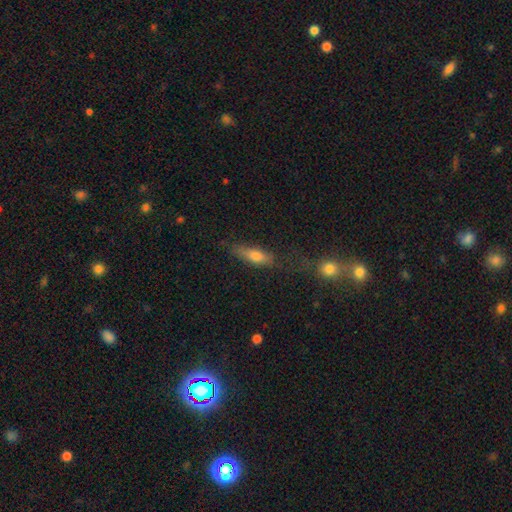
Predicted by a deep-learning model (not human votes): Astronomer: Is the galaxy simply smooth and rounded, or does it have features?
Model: smooth — 65%.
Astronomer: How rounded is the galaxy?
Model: cigar-shaped — 51% (runner-up: in between, 45%).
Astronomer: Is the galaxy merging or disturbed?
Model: none — 57%.